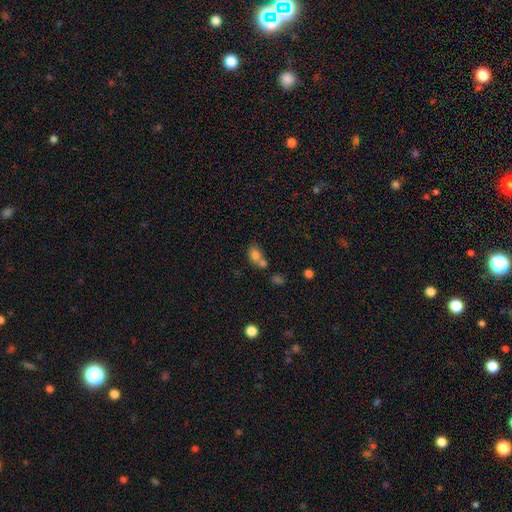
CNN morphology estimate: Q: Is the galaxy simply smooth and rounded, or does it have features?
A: smooth — 77%.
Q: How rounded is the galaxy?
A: in between — 72%.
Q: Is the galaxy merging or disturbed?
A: merger — 53%.